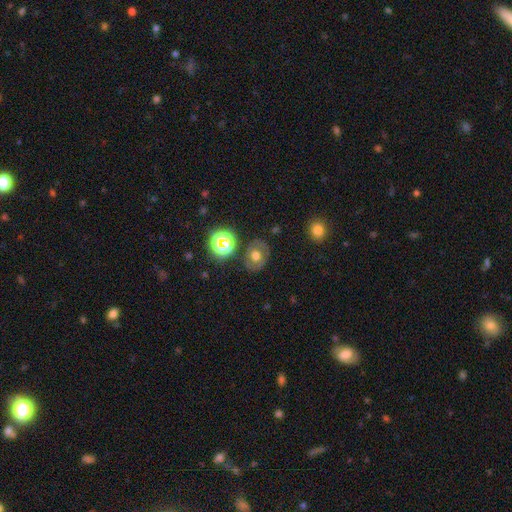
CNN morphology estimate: smooth 56%, featured or disk 26%, star or artifact 18%. Down the decision tree: how rounded — round (54%); merging — none (77%).